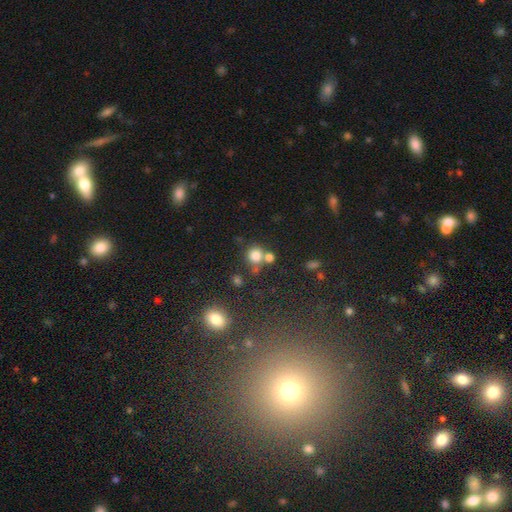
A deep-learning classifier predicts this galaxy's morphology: smooth 78%, star or artifact 14%, featured or disk 8%. Down the decision tree: how rounded — round (87%); merging — none (57%).